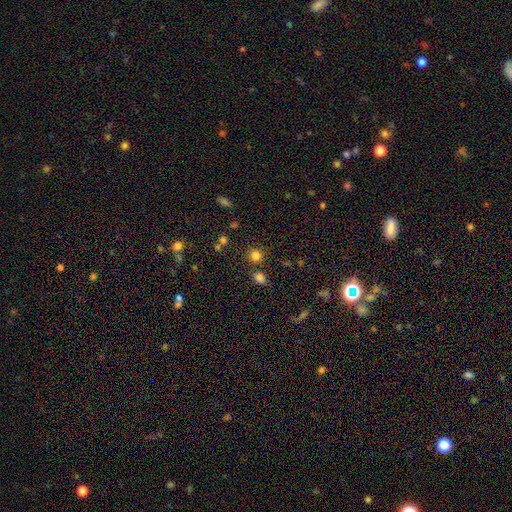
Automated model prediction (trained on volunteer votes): Overall: smooth (78%). How rounded: round (89%). Merging: none (78%).